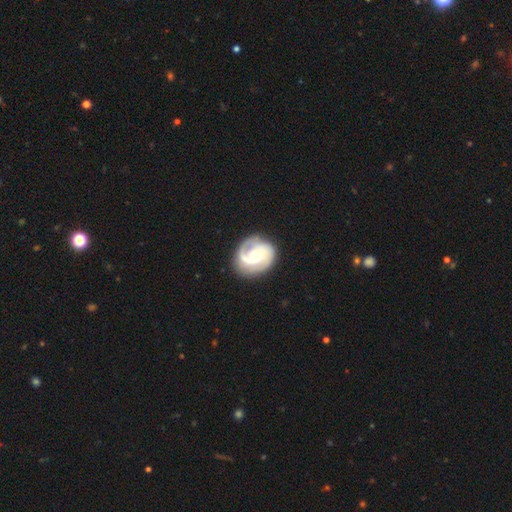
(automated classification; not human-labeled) Q: Smooth or featured?
A: featured or disk (80%); runner-up: smooth (15%)
Q: Edge-on disk?
A: no (98%); runner-up: yes (2%)
Q: Bar?
A: no (55%); runner-up: weak (36%)
Q: Spiral arms?
A: yes (95%); runner-up: no (5%)
Q: Spiral winding?
A: medium (45%); runner-up: tight (35%)
Q: Spiral arm count?
A: 2 (70%); runner-up: 1 (16%)
Q: Bulge size?
A: small (48%); runner-up: moderate (39%)
Q: Merging?
A: none (74%); runner-up: minor disturbance (16%)